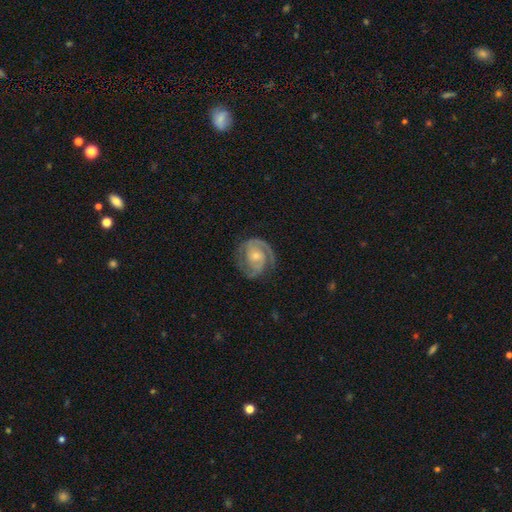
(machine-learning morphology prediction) type=featured or disk (88%); edge-on=no (98%); bar=no (60%); spiral arms=yes (97%); winding=tight (59%); arm count=2 (82%); bulge=small (48%); merging=none (78%).